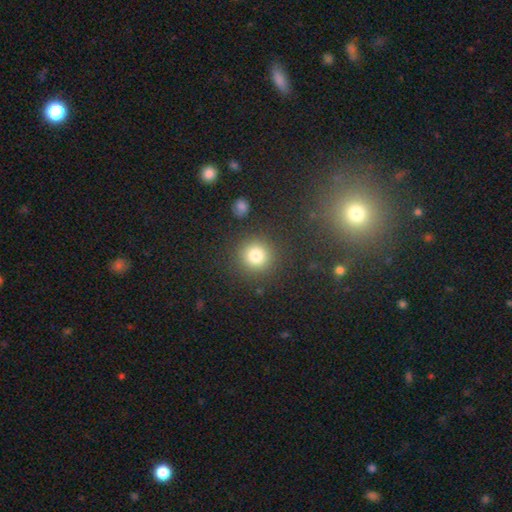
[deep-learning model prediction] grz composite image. It shows a smooth galaxy with no disk features (80%) that is round (93%). Merging: none (87%).